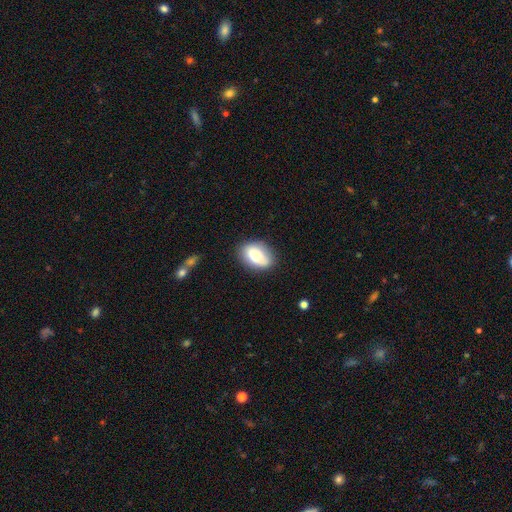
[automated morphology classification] Q: Smooth or featured?
A: smooth (73%); runner-up: featured or disk (20%)
Q: How rounded?
A: in between (85%); runner-up: round (13%)
Q: Merging?
A: none (76%); runner-up: minor disturbance (17%)